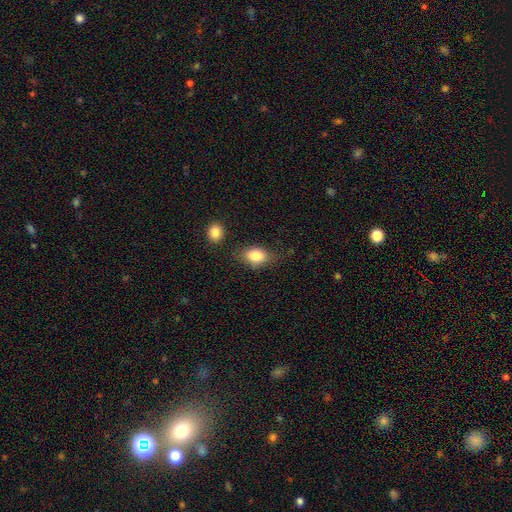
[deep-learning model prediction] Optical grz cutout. It shows a smooth galaxy with no disk features (84%) that is in between round and cigar-shaped (78%). Merging: none (66%).